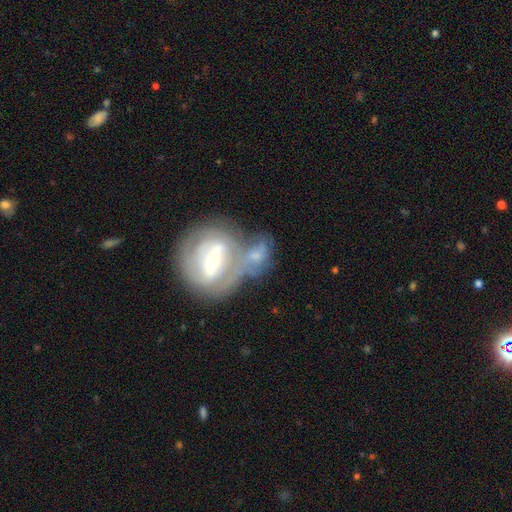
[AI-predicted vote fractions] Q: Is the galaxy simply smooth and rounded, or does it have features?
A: featured or disk — 65%.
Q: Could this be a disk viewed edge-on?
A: no — 91%.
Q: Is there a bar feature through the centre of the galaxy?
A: strong — 40%.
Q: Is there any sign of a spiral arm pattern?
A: yes — 59%.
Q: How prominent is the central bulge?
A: moderate — 56%.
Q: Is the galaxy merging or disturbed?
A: merger — 57%.